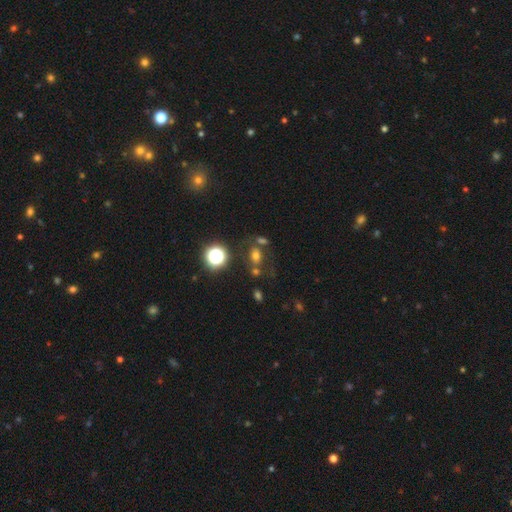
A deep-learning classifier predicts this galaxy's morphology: Smooth or featured? Predicted: smooth (p=0.62). How rounded? Predicted: in between (p=0.60). Merging? Predicted: none (p=0.59).